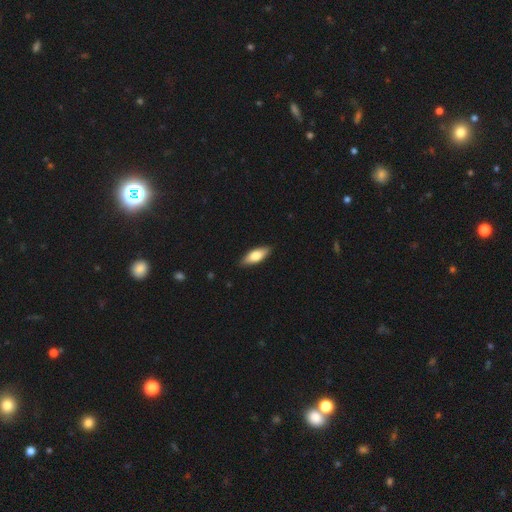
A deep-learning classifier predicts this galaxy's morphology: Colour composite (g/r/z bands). It shows a smooth galaxy with no disk features (72%) that is in between round and cigar-shaped (71%). Merging: none (88%).